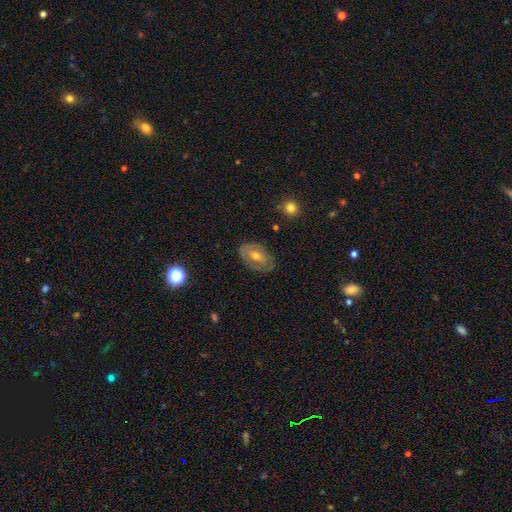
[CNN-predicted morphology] Smooth or featured? featured or disk (54%)
Edge-on disk? no (93%)
Bar? no (59%)
Spiral arms? no (54%)
Bulge size? moderate (63%)
Merging? none (73%)